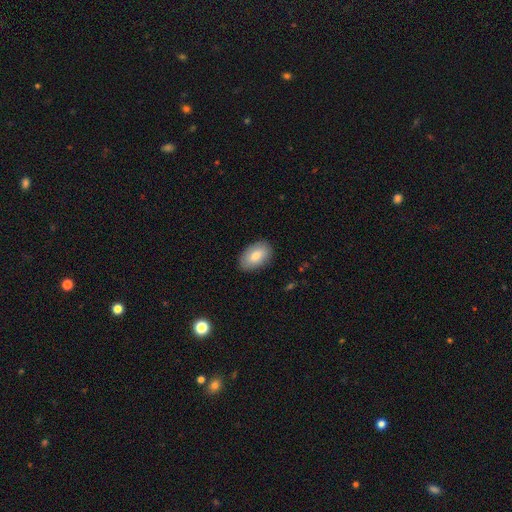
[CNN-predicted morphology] Overall: smooth (80%). How rounded: in between (92%). Merging: none (88%).